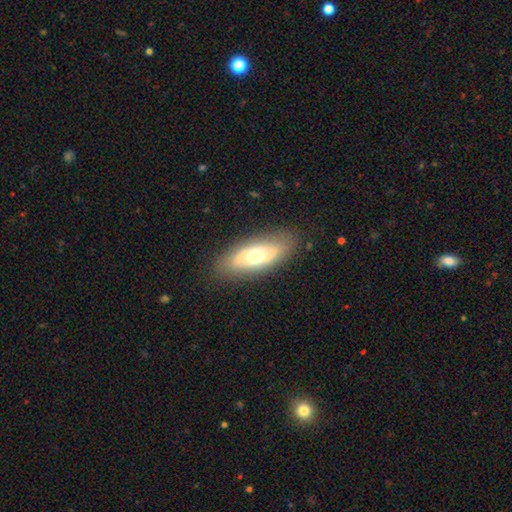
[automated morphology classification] Smooth or featured? Predicted: featured or disk (p=0.53). Edge-on disk? Predicted: no (p=0.82). Merging? Predicted: none (p=0.84).